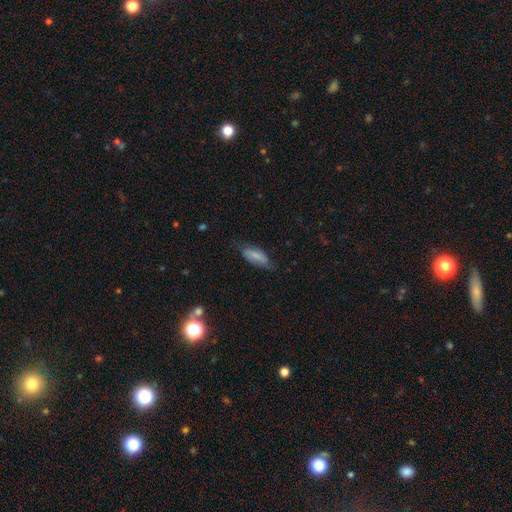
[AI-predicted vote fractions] A smooth galaxy with no disk features (66%) that is in between round and cigar-shaped (77%). Merging: none (57%).